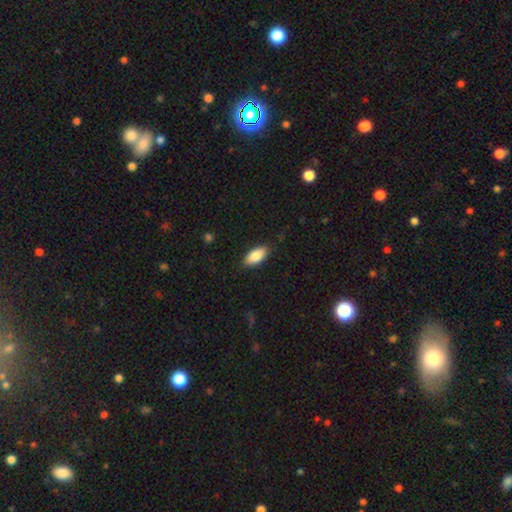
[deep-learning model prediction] Q: Smooth or featured?
A: smooth (84%); runner-up: featured or disk (10%)
Q: How rounded?
A: in between (90%); runner-up: cigar-shaped (8%)
Q: Merging?
A: none (87%); runner-up: minor disturbance (10%)